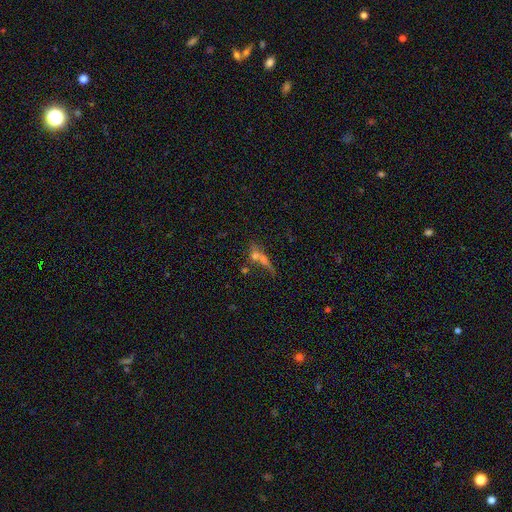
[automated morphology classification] Smooth or featured? smooth (49%)
Merging? merger (39%)